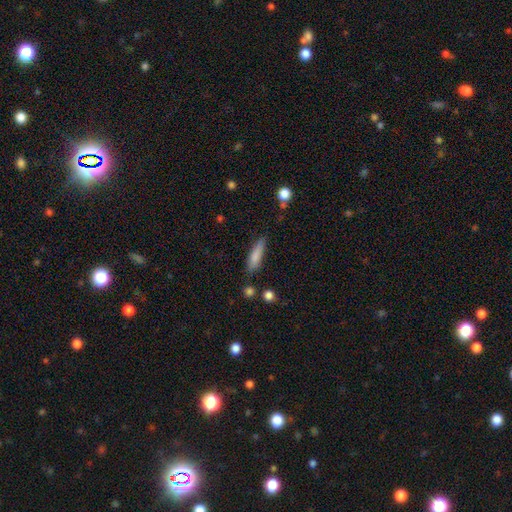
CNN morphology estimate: Smooth or featured?
  - smooth: 79% *
  - featured or disk: 14%
  - star or artifact: 7%
How rounded?
  - cigar-shaped: 73% *
  - in between: 25%
  - round: 2%
Merging?
  - none: 75% *
  - minor disturbance: 17%
  - major disturbance: 4%
  - merger: 4%